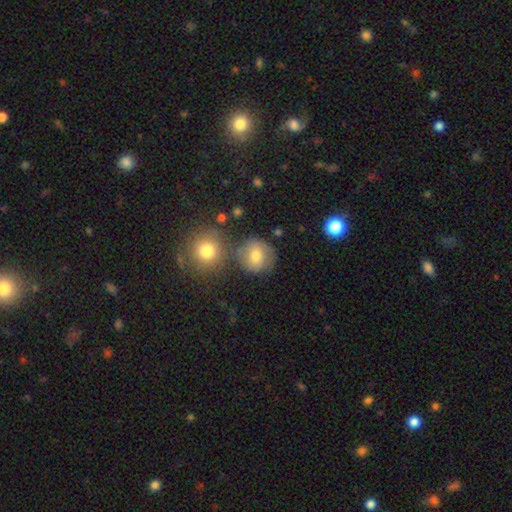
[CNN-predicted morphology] A smooth galaxy with no disk features (71%) that is round (88%). Merging: none (65%).